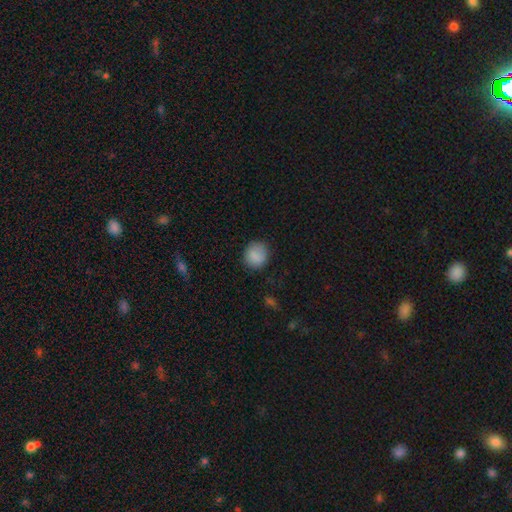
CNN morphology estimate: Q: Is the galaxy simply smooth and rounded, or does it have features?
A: smooth — 86%.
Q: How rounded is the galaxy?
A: round — 84%.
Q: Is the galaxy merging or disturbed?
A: none — 83%.